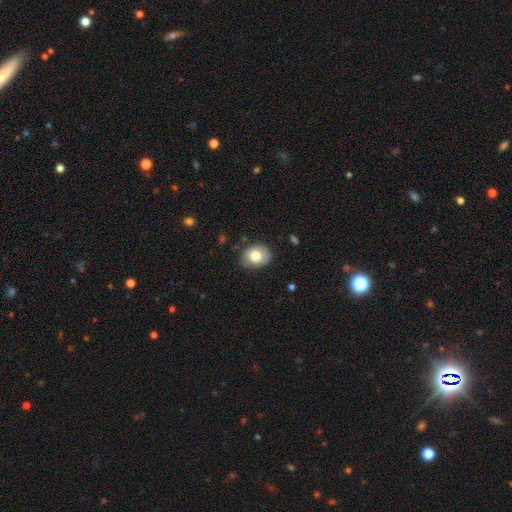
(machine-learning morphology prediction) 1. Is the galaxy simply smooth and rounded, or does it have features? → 77% smooth, 15% featured or disk, 8% star or artifact.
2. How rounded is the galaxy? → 51% round, 48% in between, 1% cigar-shaped.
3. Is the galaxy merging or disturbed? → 79% none, 16% minor disturbance, 3% major disturbance, 1% merger.